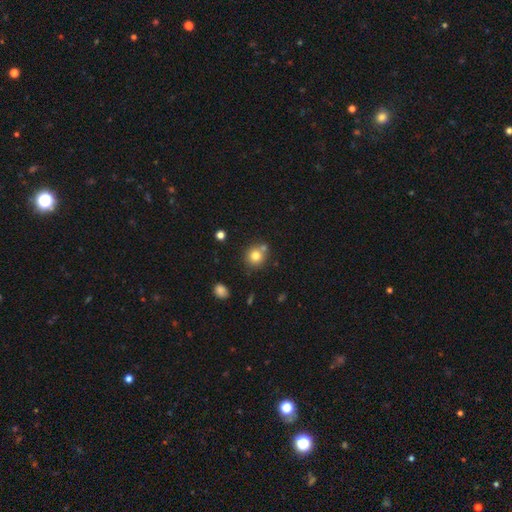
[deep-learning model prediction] smooth-or-featured: smooth: 78% | star or artifact: 12% | featured or disk: 10%
  how-rounded: round: 88% | in between: 11% | cigar-shaped: 1%
  merging: none: 64% | merger: 23% | minor disturbance: 10% | major disturbance: 3%